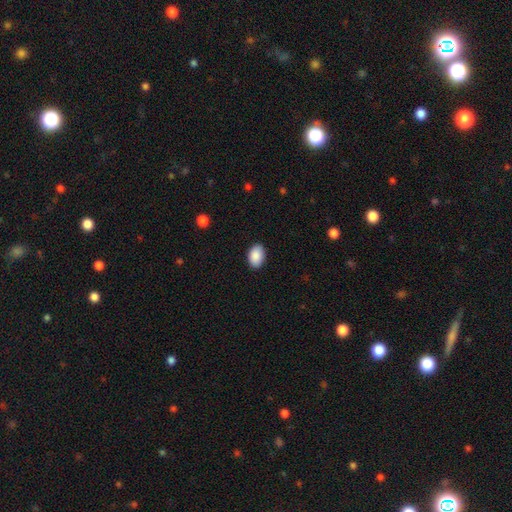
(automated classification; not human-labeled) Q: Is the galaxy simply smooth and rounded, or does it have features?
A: smooth — 90%.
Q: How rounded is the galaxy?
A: in between — 88%.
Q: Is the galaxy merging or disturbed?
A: none — 88%.